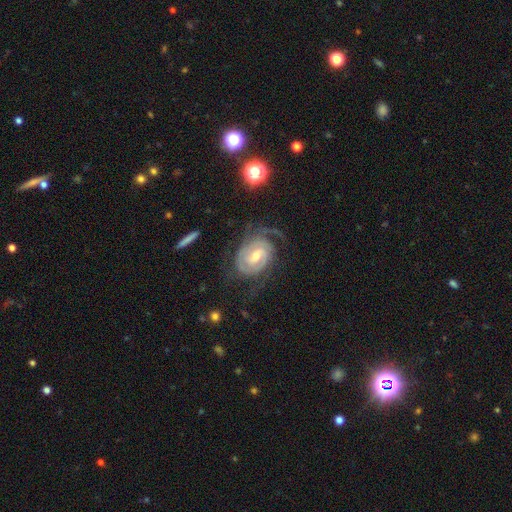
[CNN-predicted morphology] A featured or disk galaxy (88%) with a weak bar (53%), 2 (47%) tight (66%) spiral arms (97%) and a moderate central bulge (54%). Merging: none (61%).